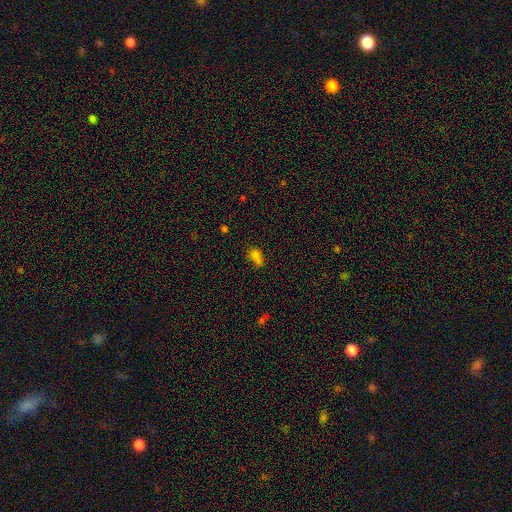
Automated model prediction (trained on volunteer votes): A smooth galaxy with no disk features (70%) that is in between round and cigar-shaped (57%). Merging: none (39%).